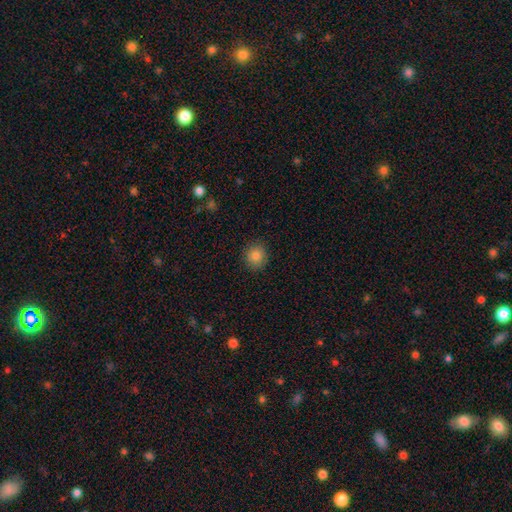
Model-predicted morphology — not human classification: The model was most divided on "how rounded": round: 85%, in between: 14%, cigar-shaped: 1%. More confident: merging — none (90%); smooth or featured — smooth (83%).